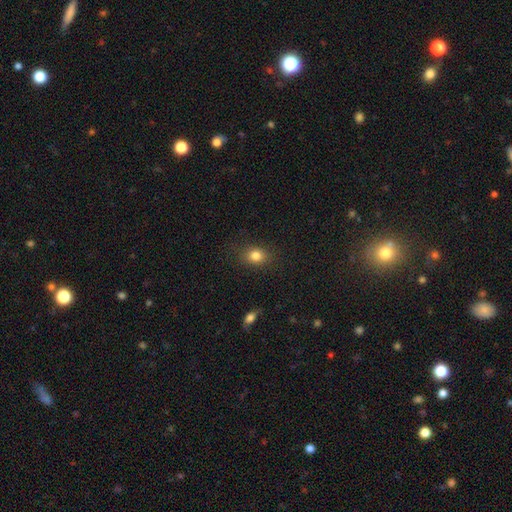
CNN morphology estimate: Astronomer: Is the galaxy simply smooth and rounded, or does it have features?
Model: smooth — 82%.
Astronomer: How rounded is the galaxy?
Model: in between — 51% (runner-up: round, 48%).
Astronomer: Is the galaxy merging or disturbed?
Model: none — 85%.